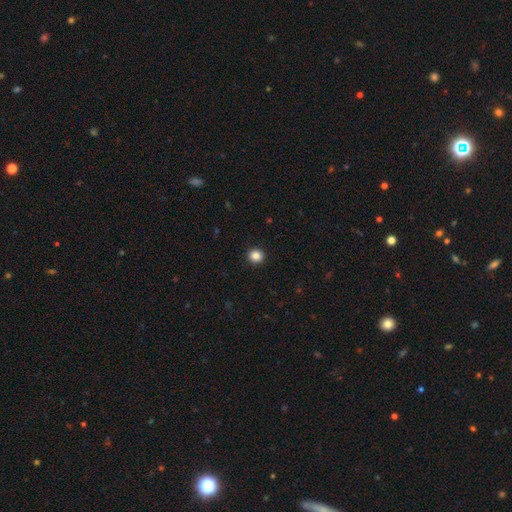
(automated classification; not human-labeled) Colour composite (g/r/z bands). It shows a smooth galaxy with no disk features (86%) that is round (90%). Merging: none (93%).